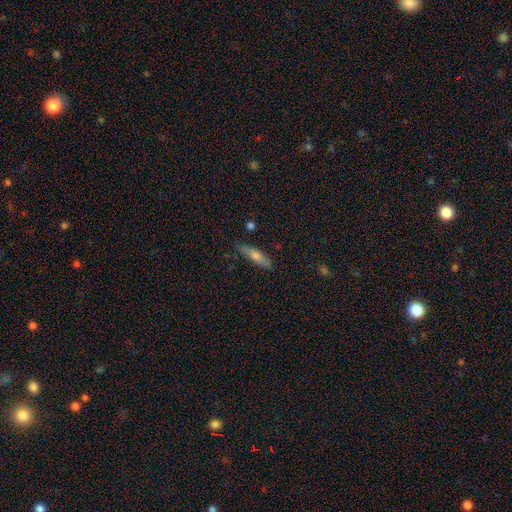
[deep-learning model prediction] Q: Smooth or featured?
A: smooth (61%); runner-up: featured or disk (32%)
Q: How rounded?
A: cigar-shaped (71%); runner-up: in between (26%)
Q: Merging?
A: none (81%); runner-up: minor disturbance (14%)